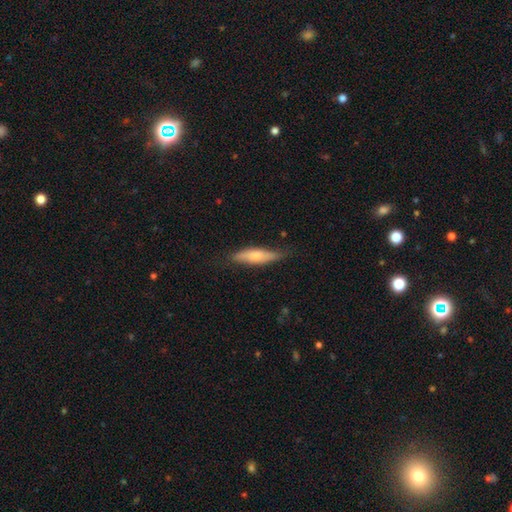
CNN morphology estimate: This is possibly a smooth galaxy (56%). How rounded: likely cigar-shaped (69%). Merging: likely none (75%).